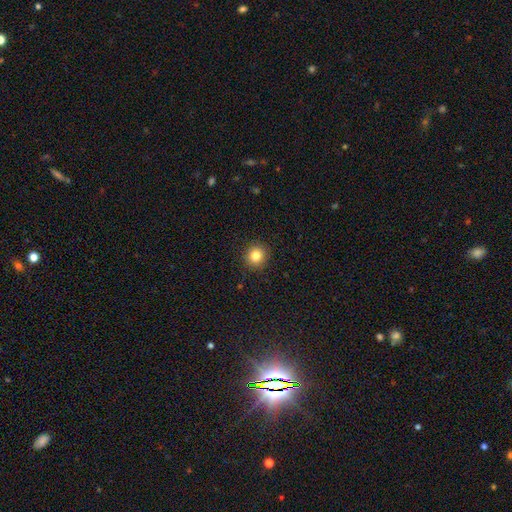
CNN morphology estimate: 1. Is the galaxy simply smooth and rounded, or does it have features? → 83% smooth, 11% star or artifact, 6% featured or disk.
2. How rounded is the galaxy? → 89% round, 10% in between, 1% cigar-shaped.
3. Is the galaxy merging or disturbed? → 91% none, 6% minor disturbance, 2% major disturbance, 1% merger.